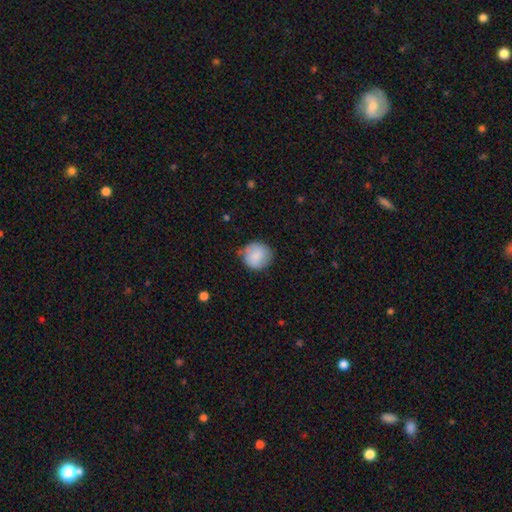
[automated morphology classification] Q: Smooth or featured?
A: smooth (85%); runner-up: featured or disk (8%)
Q: How rounded?
A: round (91%); runner-up: in between (8%)
Q: Merging?
A: none (79%); runner-up: minor disturbance (15%)